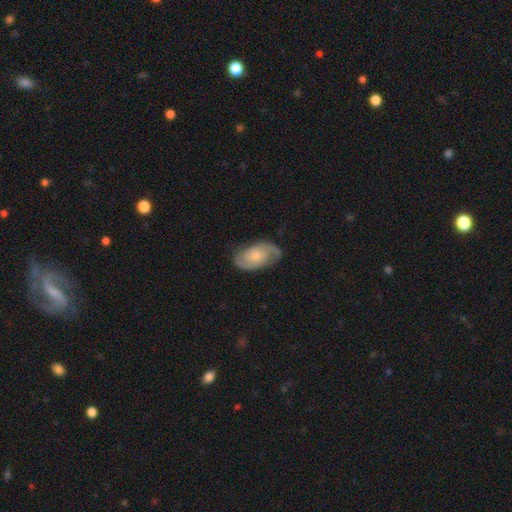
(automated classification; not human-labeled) Overall: featured or disk (72%). Edge-on disk: no (96%). Bar: no (73%). Spiral arms: yes (92%). Spiral arm count: 2 (86%). Spiral winding: medium (44%; tight 34%). Bulge size: small (46%; moderate 43%). Merging: none (76%).